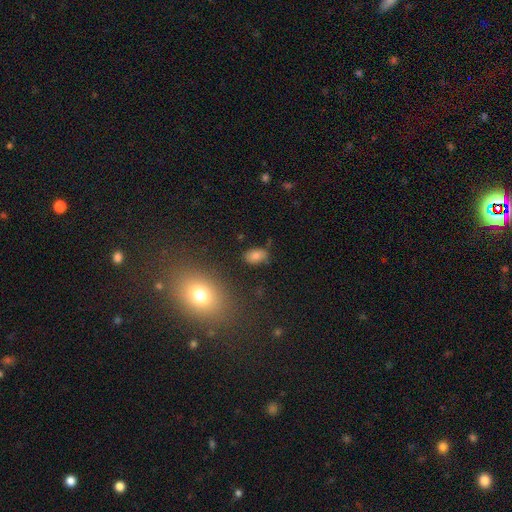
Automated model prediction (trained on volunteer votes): This appears to be a smooth galaxy with no disk features (78%) that is in between round and cigar-shaped (86%). Merging: none (80%).